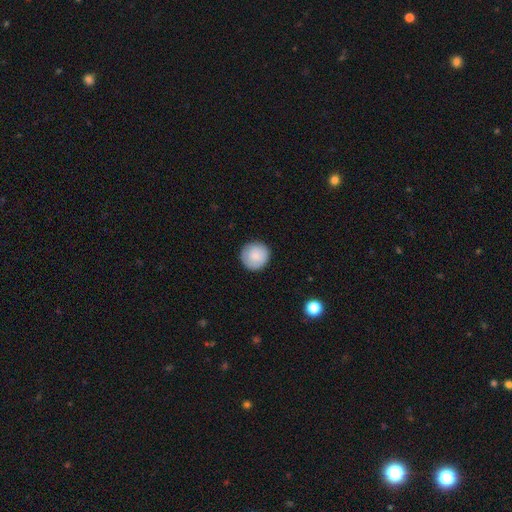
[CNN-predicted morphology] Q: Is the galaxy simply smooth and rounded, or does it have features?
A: smooth — 83%.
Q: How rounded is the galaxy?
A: round — 95%.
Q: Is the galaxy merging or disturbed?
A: none — 89%.